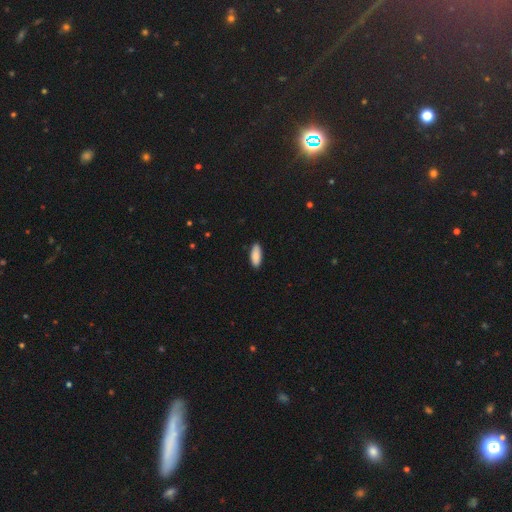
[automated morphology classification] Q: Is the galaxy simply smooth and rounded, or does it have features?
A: smooth — 89%.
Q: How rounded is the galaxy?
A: in between — 77%.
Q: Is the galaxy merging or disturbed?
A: none — 87%.